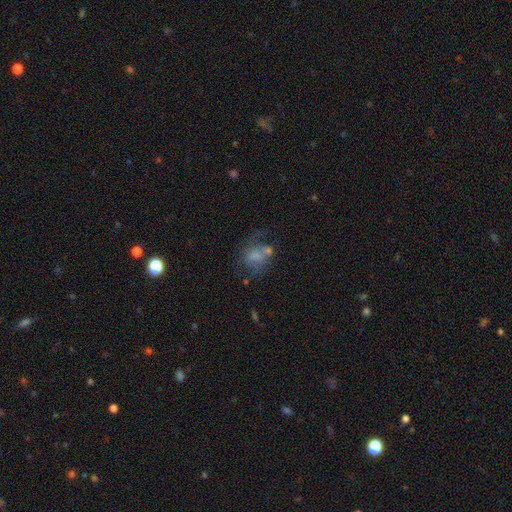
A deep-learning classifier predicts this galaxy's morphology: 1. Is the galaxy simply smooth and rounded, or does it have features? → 52% smooth, 35% featured or disk, 12% star or artifact.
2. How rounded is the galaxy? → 54% in between, 44% round, 1% cigar-shaped.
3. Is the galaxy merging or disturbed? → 31% major disturbance, 27% none, 23% merger, 19% minor disturbance.